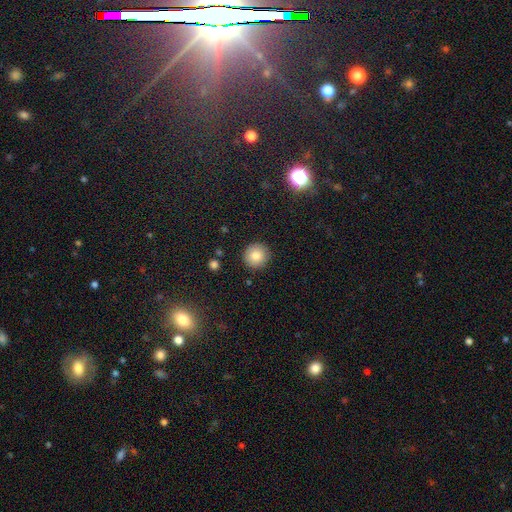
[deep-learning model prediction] Morphology: type=smooth (82%); roundness=round (94%); merging=none (91%).